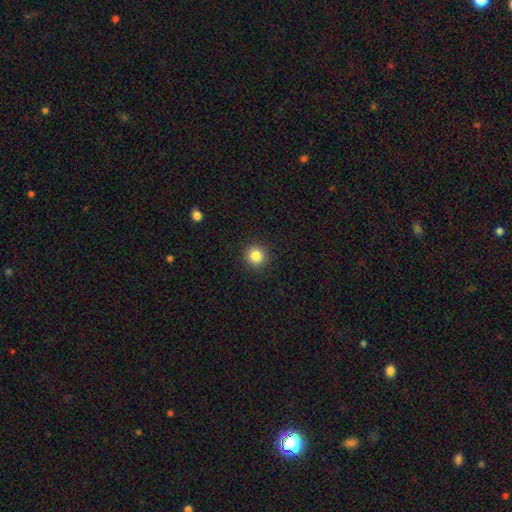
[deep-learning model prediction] Smooth or featured?
  - smooth: 84% *
  - star or artifact: 11%
  - featured or disk: 5%
How rounded?
  - round: 93% *
  - in between: 6%
  - cigar-shaped: 1%
Merging?
  - none: 92% *
  - minor disturbance: 5%
  - major disturbance: 2%
  - merger: 1%